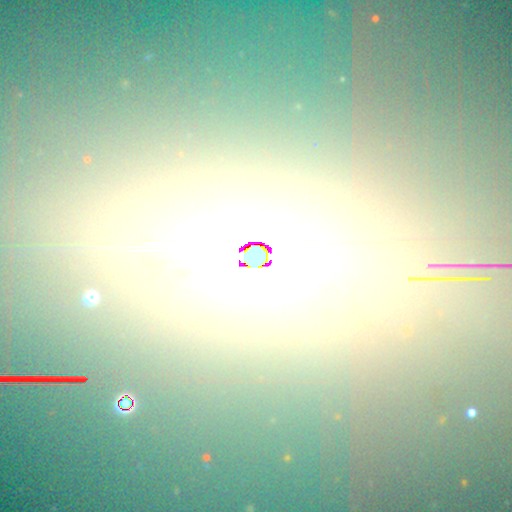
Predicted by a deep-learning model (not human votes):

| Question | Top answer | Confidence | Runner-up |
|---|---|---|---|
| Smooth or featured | smooth | 39% | featured or disk (31%) |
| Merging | none | 81% | minor disturbance (9%) |